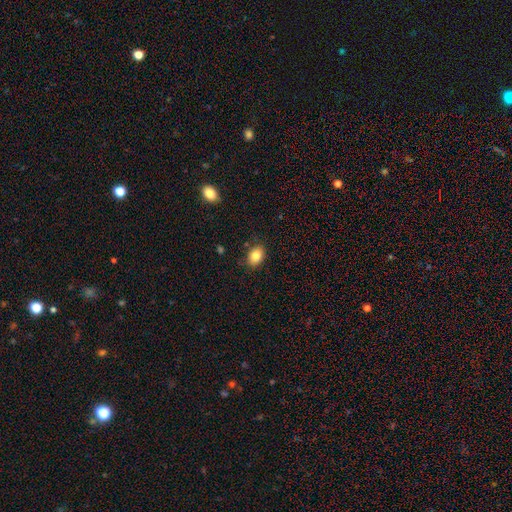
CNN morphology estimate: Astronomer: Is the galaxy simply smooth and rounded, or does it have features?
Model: smooth — 84%.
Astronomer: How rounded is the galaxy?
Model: in between — 79%.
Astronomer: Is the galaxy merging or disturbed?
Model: none — 84%.